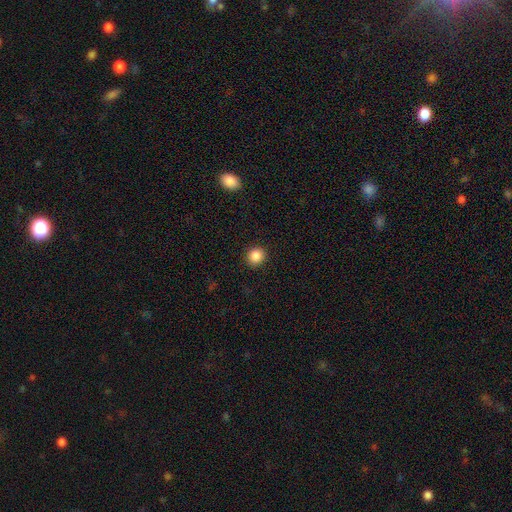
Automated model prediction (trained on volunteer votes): A smooth galaxy with no disk features (87%) that is round (89%).

Vote fractions:
- Smooth or featured? smooth: 87% / star or artifact: 10% / featured or disk: 3%
- How rounded? round: 89% / in between: 10% / cigar-shaped: 1%
- Merging? none: 92% / minor disturbance: 5% / major disturbance: 2% / merger: 1%